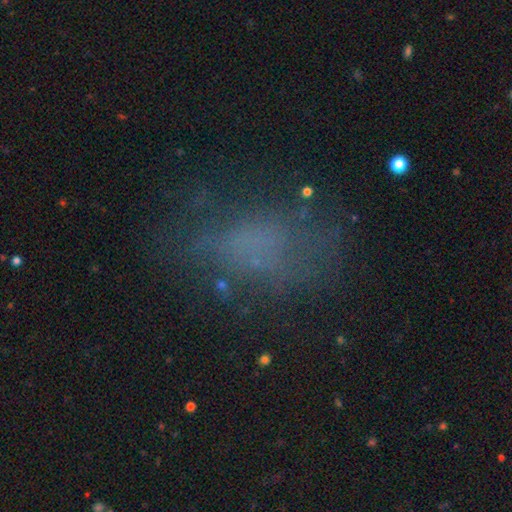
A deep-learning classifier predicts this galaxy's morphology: smooth_or_featured: smooth (p=0.50) [alt: featured or disk p=0.27]
merging: none (p=0.55) [alt: minor disturbance p=0.21]